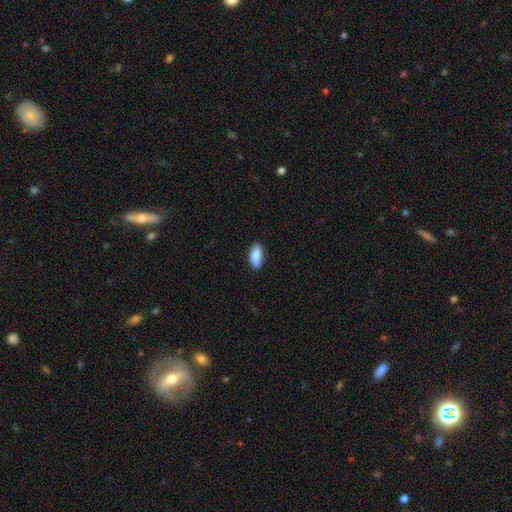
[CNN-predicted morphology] smooth_or_featured: smooth (p=0.86) [alt: featured or disk p=0.08]
how_rounded: in between (p=0.85) [alt: cigar-shaped p=0.12]
merging: none (p=0.76) [alt: minor disturbance p=0.18]